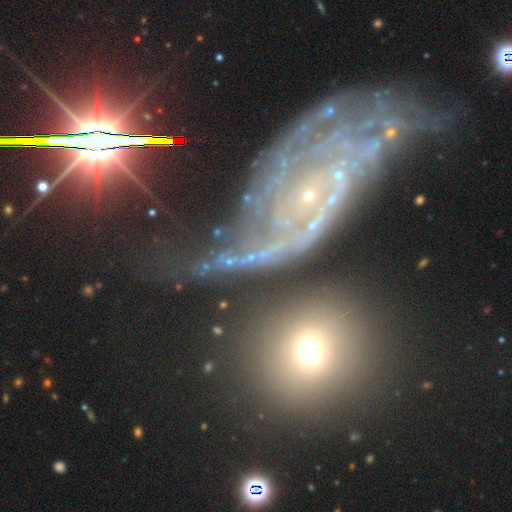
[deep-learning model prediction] Smooth or featured: featured or disk — 65% (star or artifact — 19%)
Edge-on disk: no — 90% (yes — 10%)
Bar: no — 65% (weak — 24%)
Spiral arms: yes — 87% (no — 13%)
Spiral winding: tight — 47% (medium — 35%)
Spiral arm count: 2 — 37% (can't tell — 25%)
Bulge size: small — 76% (moderate — 16%)
Merging: none — 54% (minor disturbance — 19%)